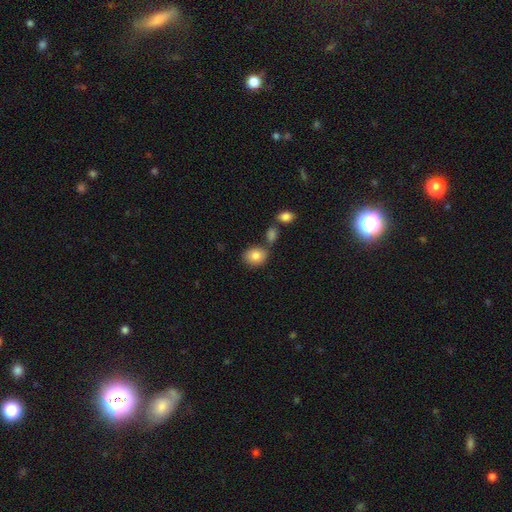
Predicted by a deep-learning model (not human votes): The model was most divided on "how rounded": round: 55%, in between: 43%, cigar-shaped: 1%. More confident: smooth or featured — smooth (83%); merging — none (67%).